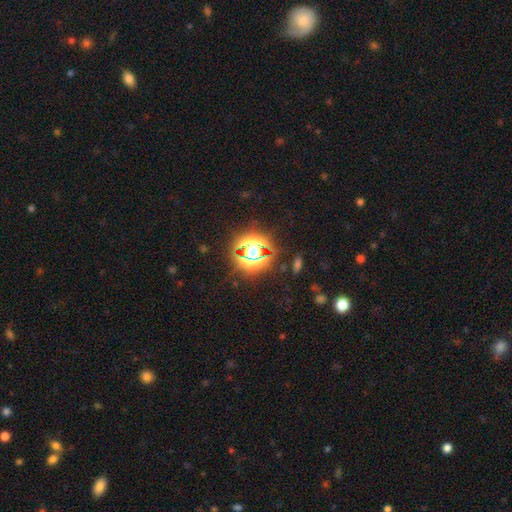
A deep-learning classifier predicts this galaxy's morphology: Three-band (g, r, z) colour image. It shows a star or artifact, not a galaxy (71%).